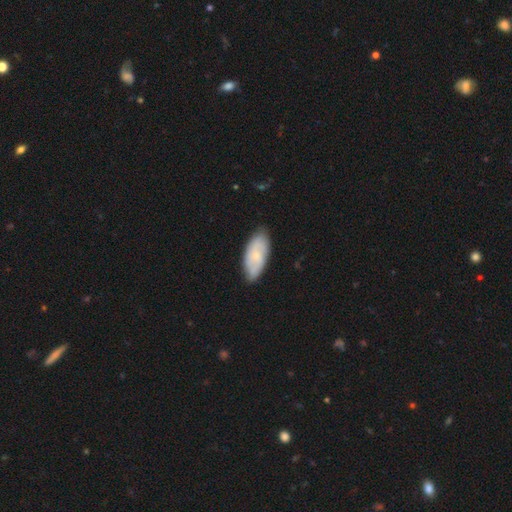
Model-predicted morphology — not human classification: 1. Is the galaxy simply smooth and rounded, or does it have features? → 60% smooth, 34% featured or disk, 6% star or artifact.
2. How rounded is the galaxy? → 88% in between, 10% cigar-shaped, 2% round.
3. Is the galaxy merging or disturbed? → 77% none, 19% minor disturbance, 3% major disturbance, 1% merger.